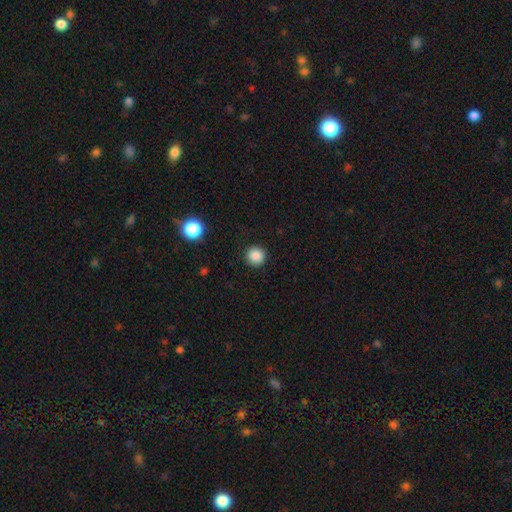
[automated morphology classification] Smooth or featured? smooth (86%)
How rounded? round (95%)
Merging? none (92%)